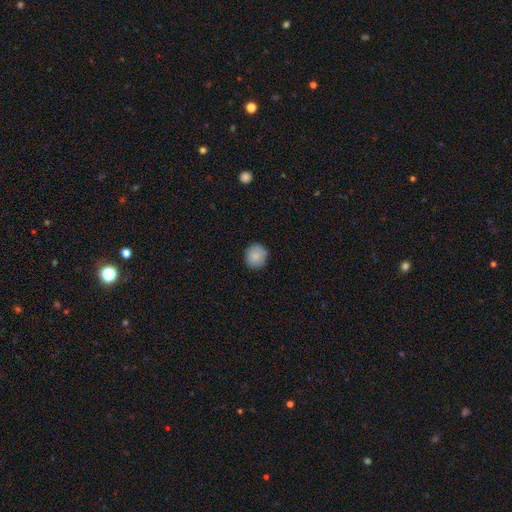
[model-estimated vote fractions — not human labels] This is clearly a smooth galaxy (85%). How rounded: clearly round (90%). Merging: clearly none (88%).